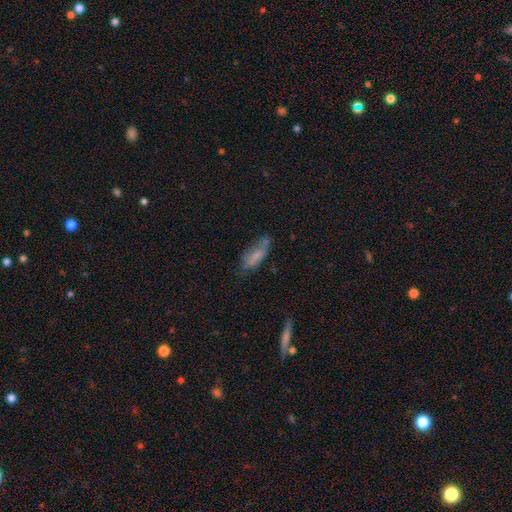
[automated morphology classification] This is likely a smooth galaxy (62%). How rounded: possibly in between (58%). Merging: possibly none (52%).